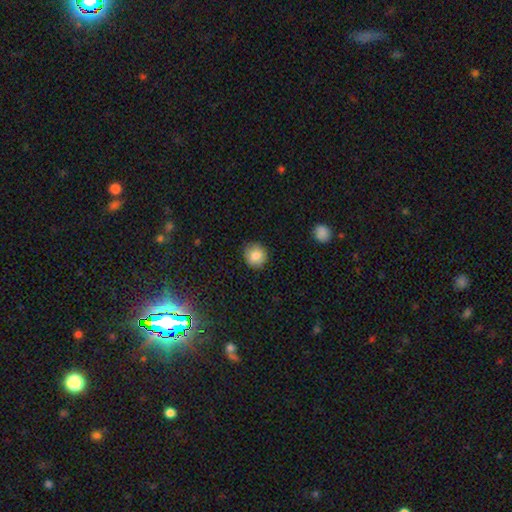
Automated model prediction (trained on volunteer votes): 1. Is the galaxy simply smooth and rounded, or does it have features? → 83% smooth, 9% star or artifact, 8% featured or disk.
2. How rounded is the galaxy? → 92% round, 7% in between, 1% cigar-shaped.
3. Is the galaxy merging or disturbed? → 88% none, 9% minor disturbance, 2% major disturbance, 1% merger.